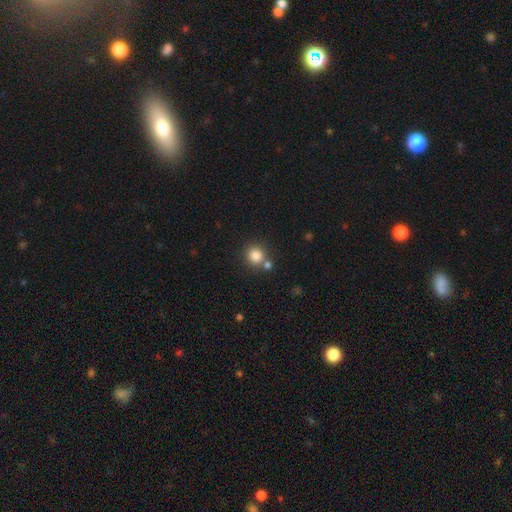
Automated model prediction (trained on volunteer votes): Morphology: type=smooth (84%); roundness=round (89%); merging=none (69%).